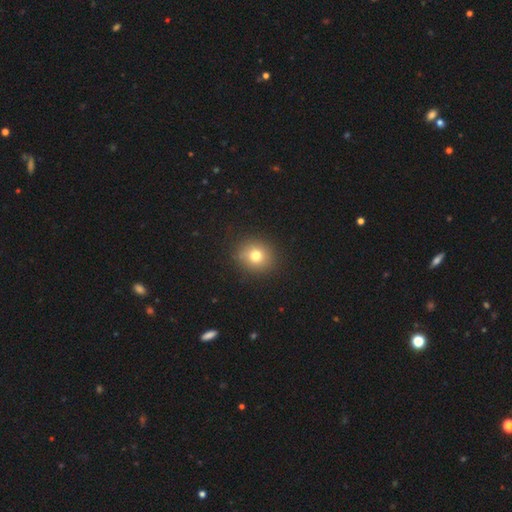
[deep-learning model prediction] A smooth galaxy with no disk features (76%) that is round (82%).

Vote fractions:
- Smooth or featured? smooth: 76% / star or artifact: 13% / featured or disk: 11%
- How rounded? round: 82% / in between: 17% / cigar-shaped: 1%
- Merging? none: 88% / minor disturbance: 8% / major disturbance: 3% / merger: 1%